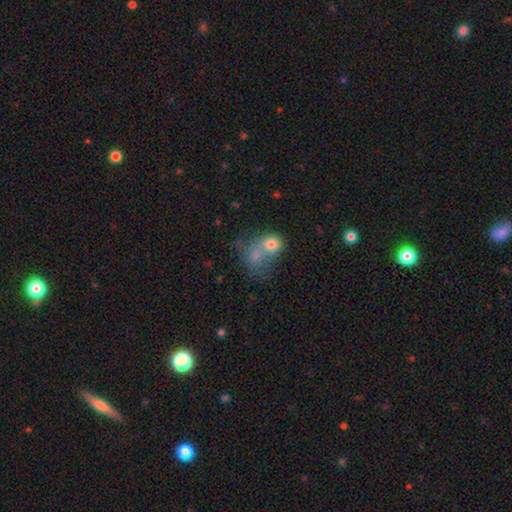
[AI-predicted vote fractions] Smooth or featured?
  - smooth: 71% *
  - featured or disk: 18%
  - star or artifact: 12%
How rounded?
  - round: 51% *
  - in between: 48%
  - cigar-shaped: 2%
Merging?
  - merger: 64% *
  - none: 17%
  - major disturbance: 11%
  - minor disturbance: 8%